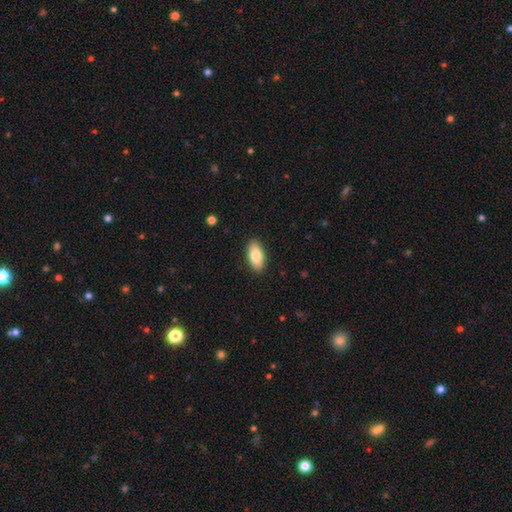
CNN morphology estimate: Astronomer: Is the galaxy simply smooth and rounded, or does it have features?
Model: smooth — 82%.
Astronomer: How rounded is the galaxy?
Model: in between — 88%.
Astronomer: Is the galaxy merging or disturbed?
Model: none — 90%.